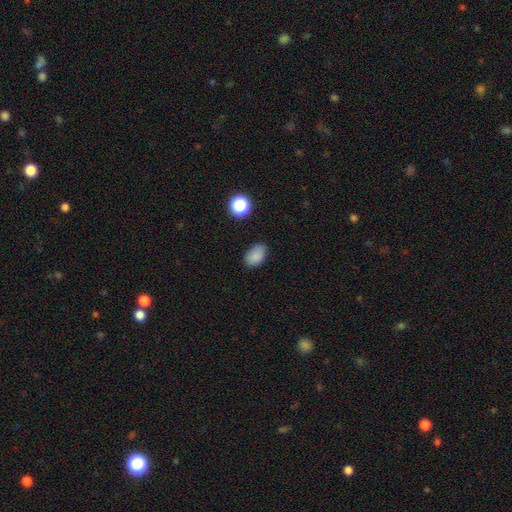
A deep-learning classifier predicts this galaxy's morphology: A smooth galaxy with no disk features (84%) that is in between round and cigar-shaped (86%). Merging: none (79%).